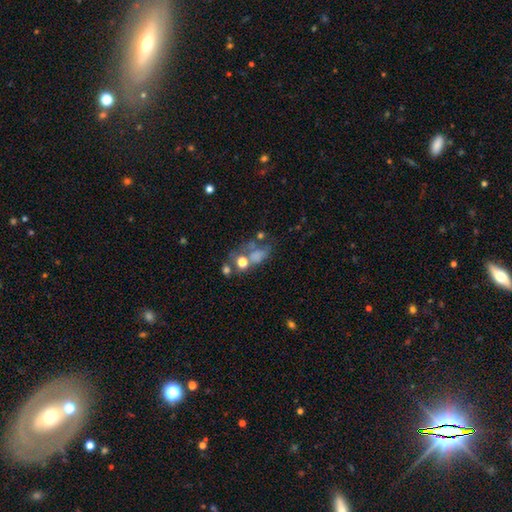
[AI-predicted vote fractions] Overall: smooth (37%; featured or disk 36%). Merging: none (35%; merger 25%).